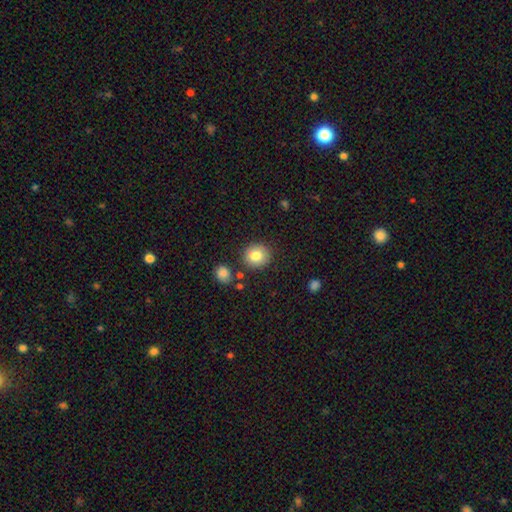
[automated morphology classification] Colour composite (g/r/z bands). It shows a smooth galaxy with no disk features (81%) that is round (86%). Merging: none (84%).